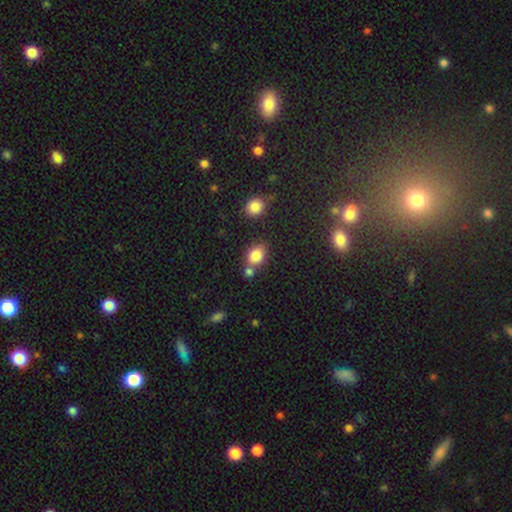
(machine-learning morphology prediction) Smooth or featured?
  - smooth: 82% *
  - star or artifact: 11%
  - featured or disk: 7%
How rounded?
  - in between: 57% *
  - round: 41%
  - cigar-shaped: 2%
Merging?
  - none: 57% *
  - merger: 26%
  - minor disturbance: 13%
  - major disturbance: 4%